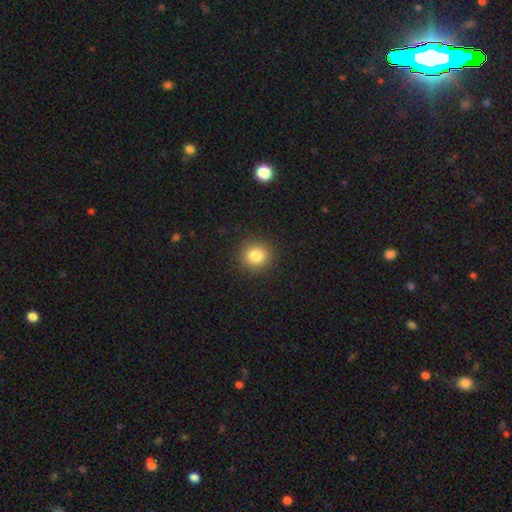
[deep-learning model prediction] This appears to be a smooth galaxy with no disk features (83%) that is round (92%). Merging: none (91%).